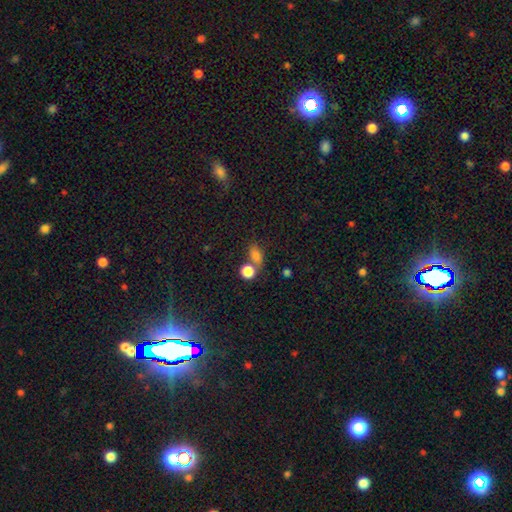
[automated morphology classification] smooth 79%, star or artifact 14%, featured or disk 7%. Down the decision tree: how rounded — in between (73%); merging — none (53%).